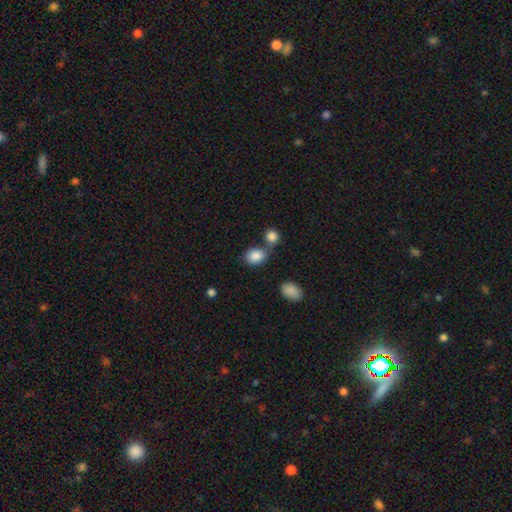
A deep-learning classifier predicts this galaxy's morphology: type=smooth (86%); roundness=in between (53%); merging=none (49%).